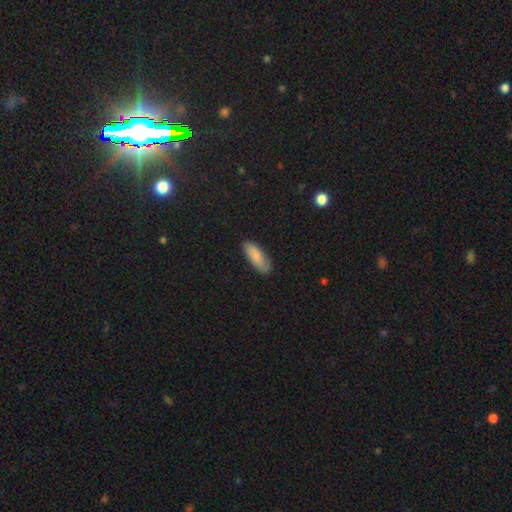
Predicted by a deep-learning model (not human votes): Smooth or featured? Predicted: smooth (p=0.79). How rounded? Predicted: in between (p=0.73). Merging? Predicted: none (p=0.83).